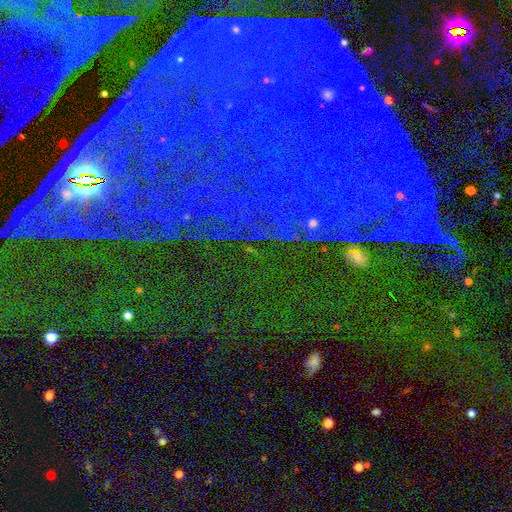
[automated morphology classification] smooth_or_featured: star or artifact (p=0.78) [alt: featured or disk p=0.13]